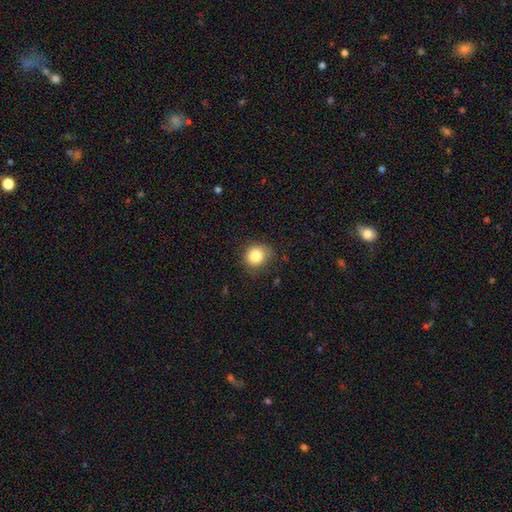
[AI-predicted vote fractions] Smooth or featured? smooth (85%)
How rounded? round (75%)
Merging? none (72%)